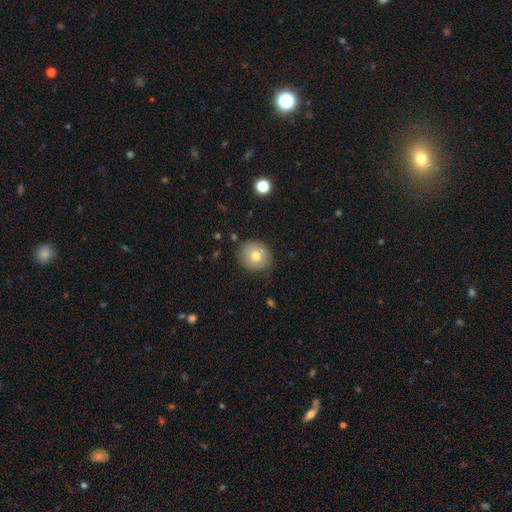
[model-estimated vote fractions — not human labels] smooth 72%, featured or disk 18%, star or artifact 10%. Down the decision tree: how rounded — round (87%); merging — none (80%).